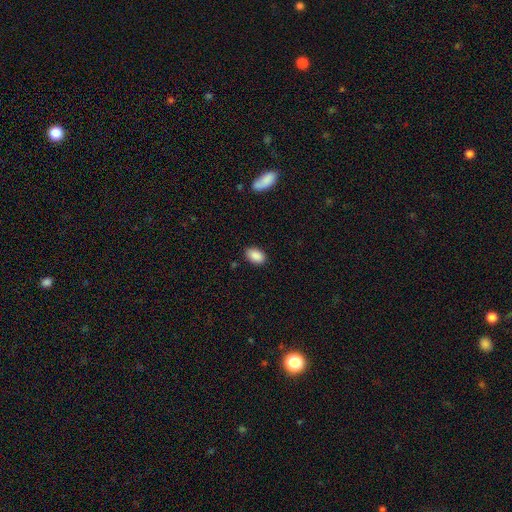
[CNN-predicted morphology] A smooth galaxy with no disk features (89%) that is in between round and cigar-shaped (90%).

Vote fractions:
- Smooth or featured? smooth: 89% / star or artifact: 7% / featured or disk: 4%
- How rounded? in between: 90% / round: 8% / cigar-shaped: 1%
- Merging? none: 87% / minor disturbance: 10% / major disturbance: 2% / merger: 1%